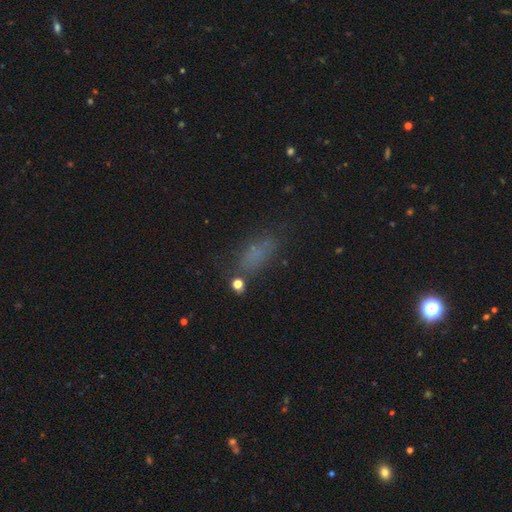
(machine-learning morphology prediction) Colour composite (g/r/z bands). It shows a smooth galaxy with no disk features (64%) that is in between round and cigar-shaped (78%). Merging: none (63%).